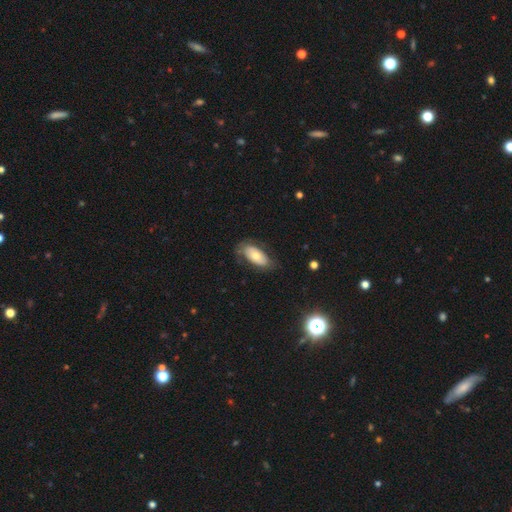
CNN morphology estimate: smooth 62%, featured or disk 31%, star or artifact 7%. Down the decision tree: how rounded — in between (91%); merging — none (66%).